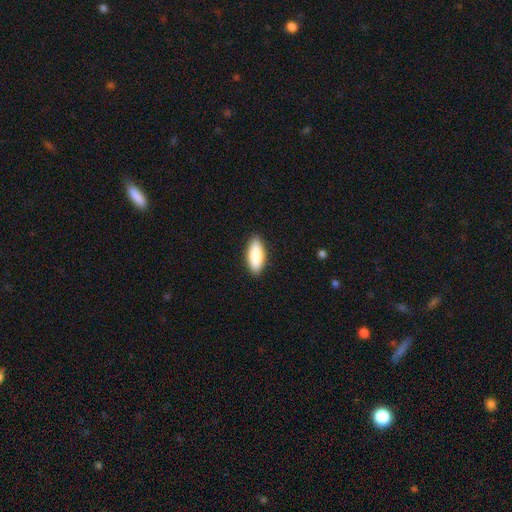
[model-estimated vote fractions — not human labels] Smooth or featured? Predicted: smooth (p=0.84). How rounded? Predicted: in between (p=0.80). Merging? Predicted: none (p=0.89).